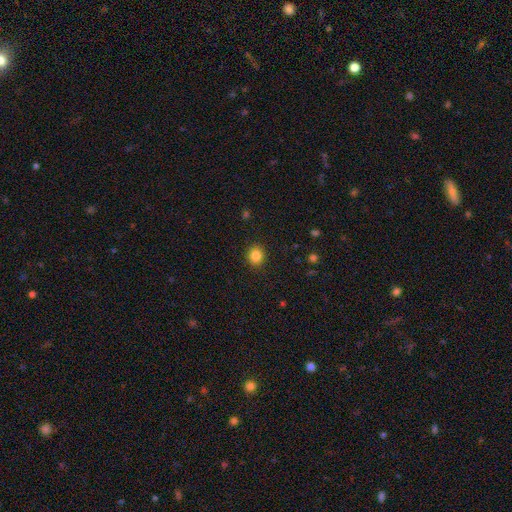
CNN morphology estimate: Smooth or featured? Predicted: smooth (p=0.85). How rounded? Predicted: round (p=0.78). Merging? Predicted: none (p=0.91).